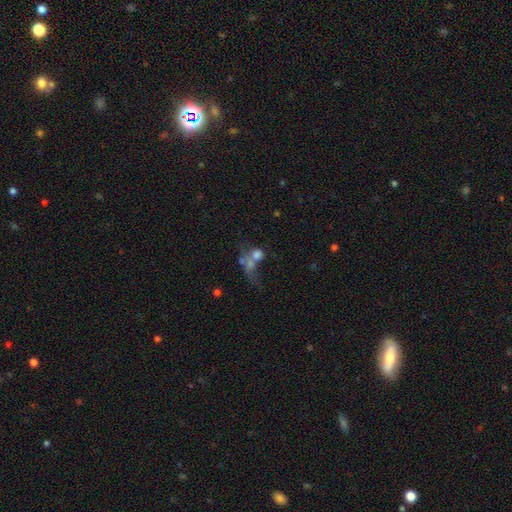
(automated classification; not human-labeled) A smooth galaxy with no disk features (47%). Merging: merger (46%).